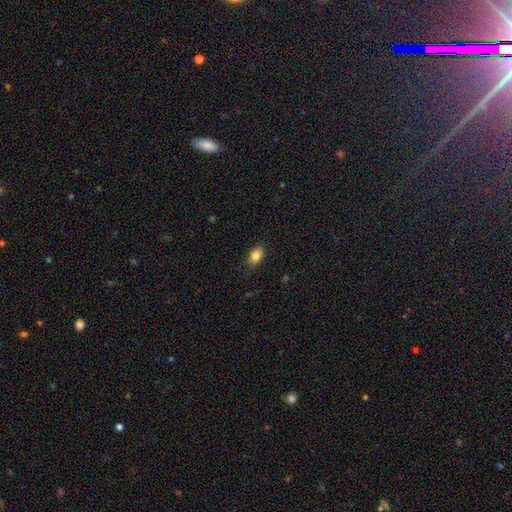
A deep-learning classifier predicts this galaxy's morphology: A smooth galaxy with no disk features (84%) that is in between round and cigar-shaped (85%). Merging: none (86%).